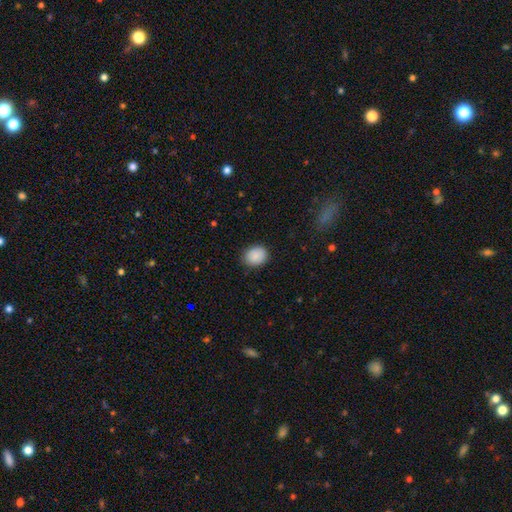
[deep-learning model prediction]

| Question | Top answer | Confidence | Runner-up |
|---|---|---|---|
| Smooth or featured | smooth | 89% | star or artifact (8%) |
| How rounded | round | 56% | in between (43%) |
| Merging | none | 86% | minor disturbance (11%) |